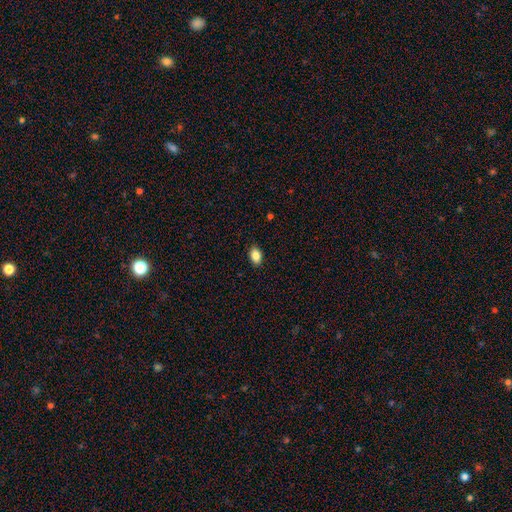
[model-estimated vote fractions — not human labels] Morphology: type=smooth (86%); roundness=in between (86%); merging=none (89%).